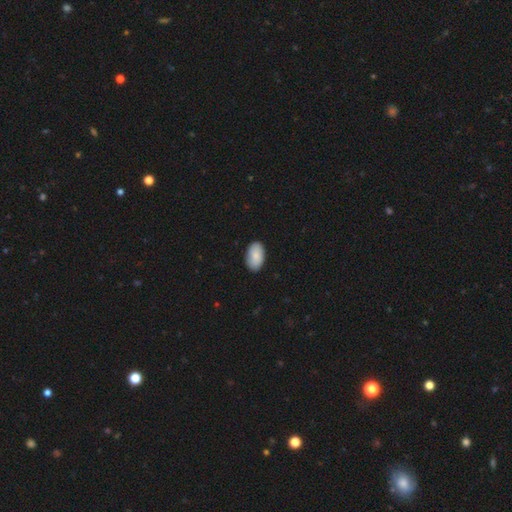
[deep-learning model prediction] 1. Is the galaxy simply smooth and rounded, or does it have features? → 87% smooth, 7% featured or disk, 6% star or artifact.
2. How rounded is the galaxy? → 95% in between, 4% round, 1% cigar-shaped.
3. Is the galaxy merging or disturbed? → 87% none, 10% minor disturbance, 2% major disturbance, 1% merger.